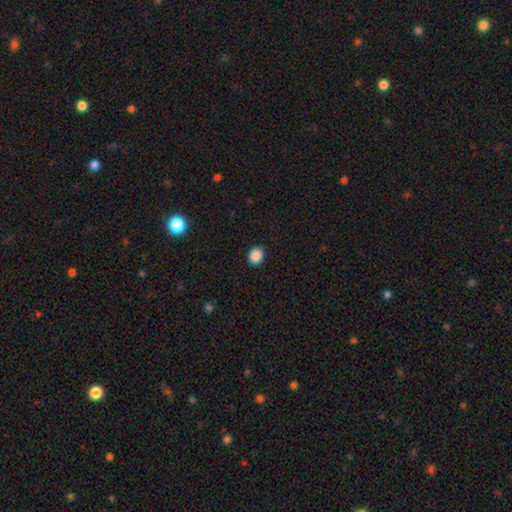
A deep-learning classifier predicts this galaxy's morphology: smooth 88%, star or artifact 9%, featured or disk 3%. Down the decision tree: how rounded — round (60%); merging — none (90%).